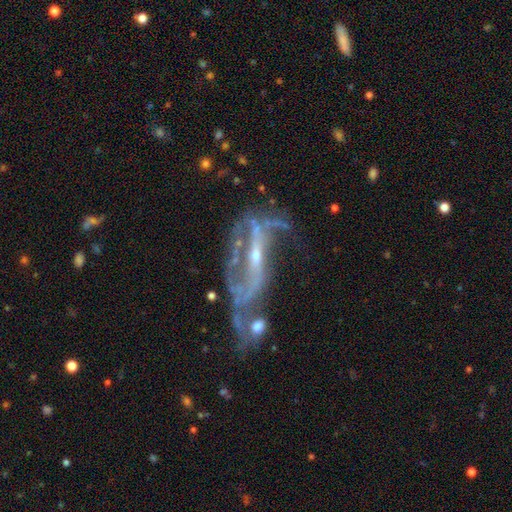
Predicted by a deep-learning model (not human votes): smooth-or-featured: featured or disk: 80% | star or artifact: 11% | smooth: 9%
  disk-edge-on: no: 83% | yes: 17%
    bar: strong: 41% | weak: 34% | no: 25%
    has-spiral-arms: yes: 80% | no: 20%
      spiral-winding: loose: 44% | medium: 34% | tight: 22%
      spiral-arm-count: 2: 55% | can't tell: 22% | 1: 9% | 3: 7% | 4: 4% | more than 4: 3%
    bulge-size: small: 65% | moderate: 27% | none: 6% | large: 2% | dominant: 1%
  merging: none: 31% (tied) | major disturbance: 31% (tied) | merger: 21% | minor disturbance: 17%